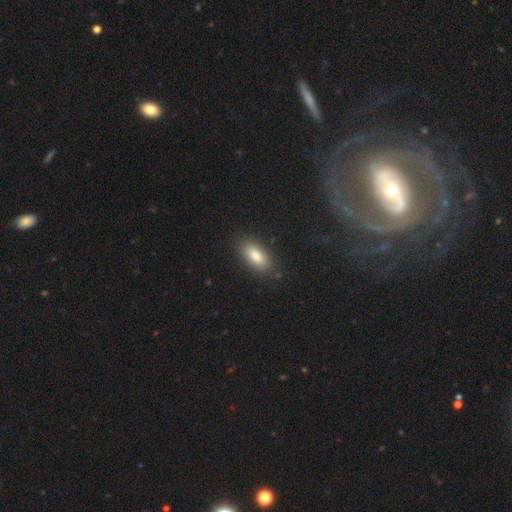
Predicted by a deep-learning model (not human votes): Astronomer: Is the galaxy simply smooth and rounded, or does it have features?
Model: smooth — 82%.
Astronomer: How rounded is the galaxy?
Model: in between — 85%.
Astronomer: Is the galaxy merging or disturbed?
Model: none — 85%.